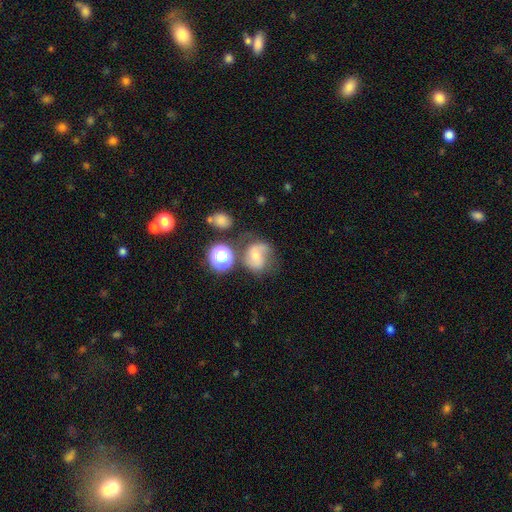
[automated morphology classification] Smooth or featured: featured or disk — 43% (smooth — 42%)
Merging: none — 45% (minor disturbance — 25%)